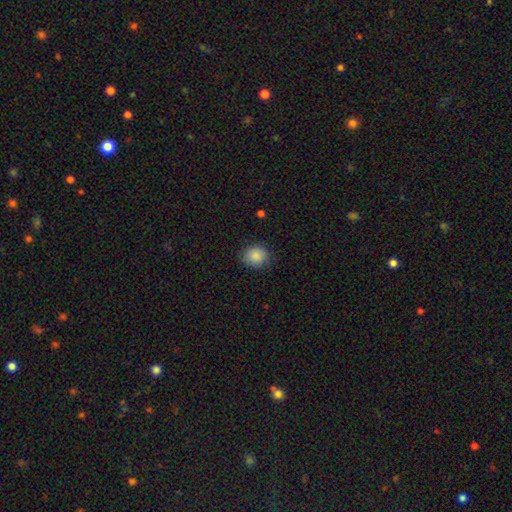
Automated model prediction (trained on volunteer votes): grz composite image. It shows a smooth galaxy with no disk features (88%) that is round (76%). Merging: none (85%).